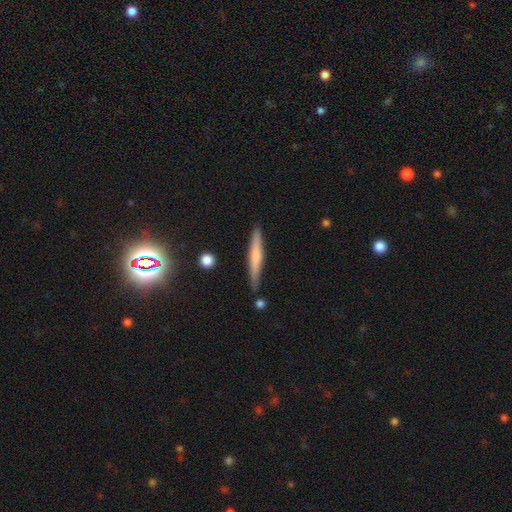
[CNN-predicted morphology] Smooth or featured?
  - smooth: 55% *
  - featured or disk: 39%
  - star or artifact: 6%
How rounded?
  - cigar-shaped: 95% *
  - in between: 4%
  - round: 1%
Merging?
  - none: 86% *
  - minor disturbance: 10%
  - merger: 3%
  - major disturbance: 2%